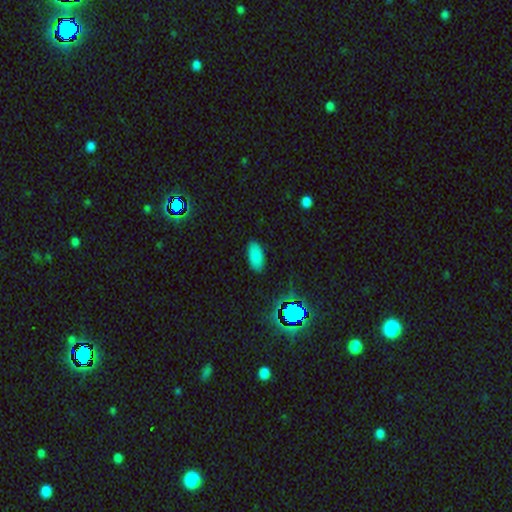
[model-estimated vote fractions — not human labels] Overall: smooth (83%). How rounded: in between (92%). Merging: none (87%).